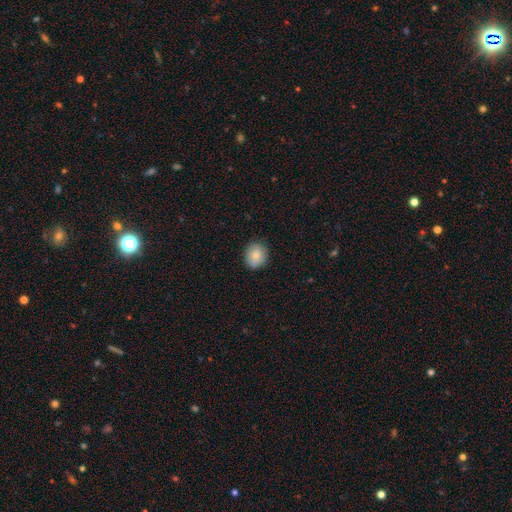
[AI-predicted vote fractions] Smooth or featured: smooth — 79% (featured or disk — 13%)
How rounded: round — 77% (in between — 22%)
Merging: none — 85% (minor disturbance — 12%)